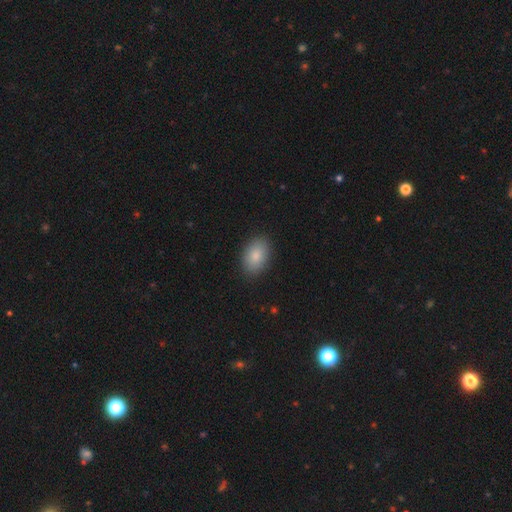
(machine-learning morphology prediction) type=smooth (86%); roundness=in between (88%); merging=none (88%).